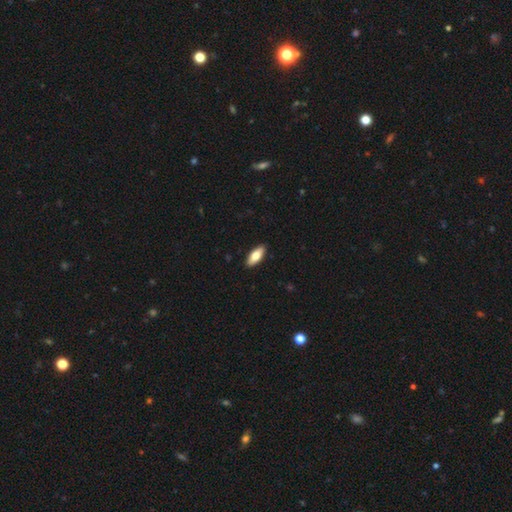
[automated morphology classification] Smooth or featured? Predicted: smooth (p=0.76). How rounded? Predicted: in between (p=0.77). Merging? Predicted: none (p=0.91).